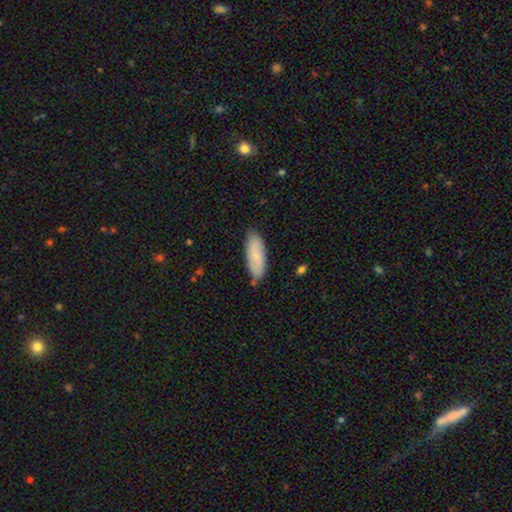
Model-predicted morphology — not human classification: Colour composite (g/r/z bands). It shows a smooth galaxy with no disk features (80%) that is in between round and cigar-shaped (70%). Merging: none (80%).